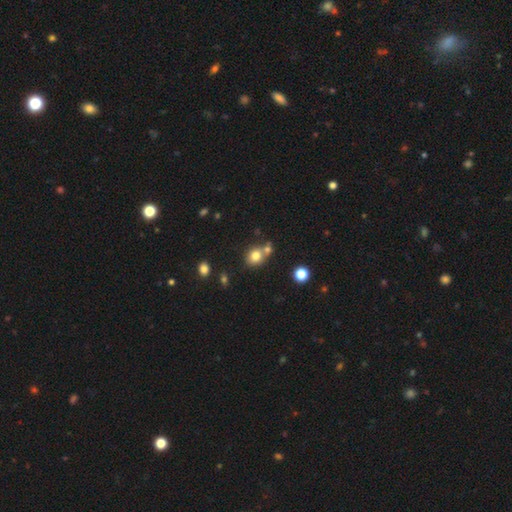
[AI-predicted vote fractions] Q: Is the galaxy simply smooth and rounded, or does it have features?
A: smooth — 78%.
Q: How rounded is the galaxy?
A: round — 68%.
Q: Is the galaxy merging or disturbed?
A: none — 54%.